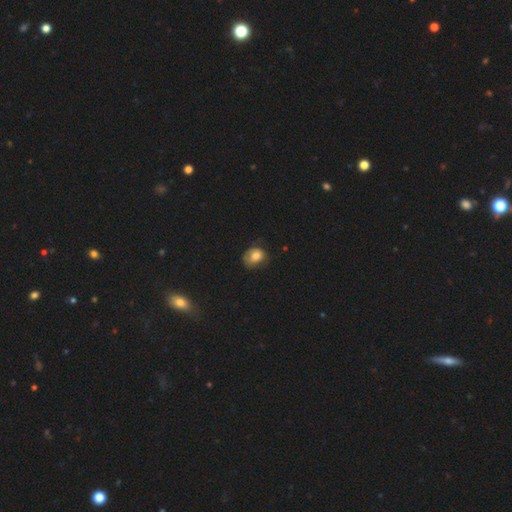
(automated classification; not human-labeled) This is likely a smooth galaxy (74%). How rounded: possibly in between (54%). Merging: possibly none (50%).